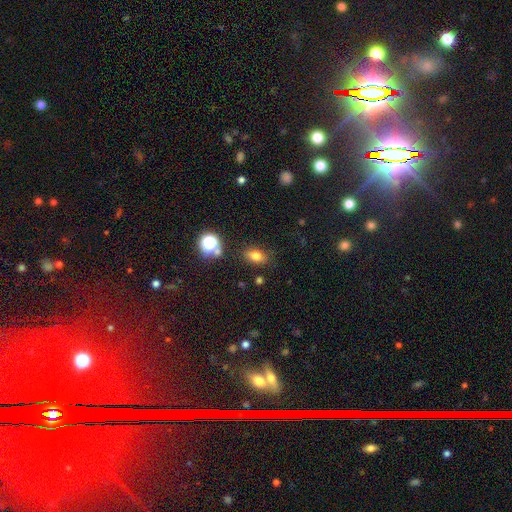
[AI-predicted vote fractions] smooth 75%, star or artifact 16%, featured or disk 9%. Down the decision tree: how rounded — in between (79%); merging — none (81%).